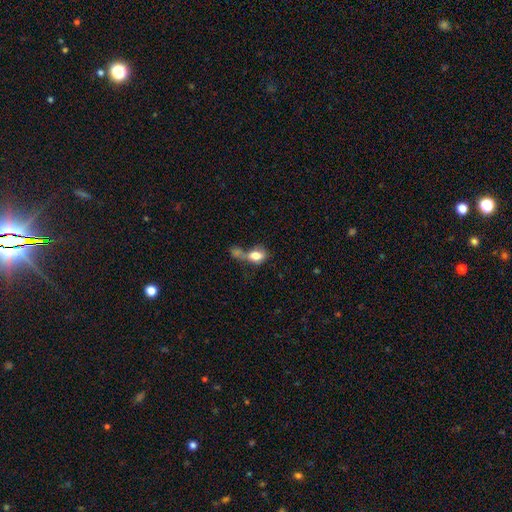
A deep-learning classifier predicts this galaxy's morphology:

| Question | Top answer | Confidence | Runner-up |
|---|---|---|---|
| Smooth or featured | smooth | 75% | featured or disk (16%) |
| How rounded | in between | 74% | round (22%) |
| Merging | merger | 53% | none (19%) |